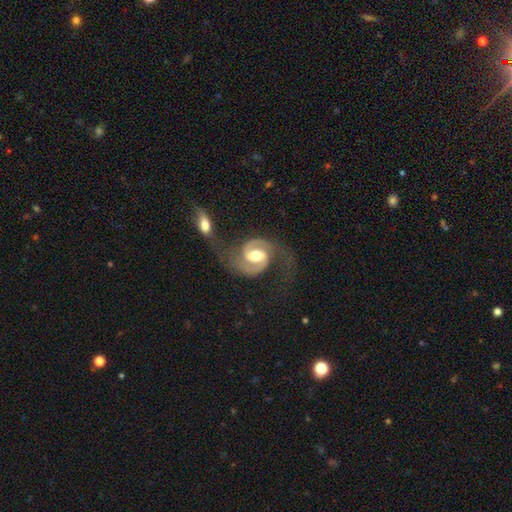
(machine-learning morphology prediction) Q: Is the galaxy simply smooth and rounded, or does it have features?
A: featured or disk — 92%.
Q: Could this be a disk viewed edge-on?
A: no — 98%.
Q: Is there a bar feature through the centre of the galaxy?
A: weak — 44%.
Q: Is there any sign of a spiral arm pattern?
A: yes — 98%.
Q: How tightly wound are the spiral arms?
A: medium — 58%.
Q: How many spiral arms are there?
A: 2 — 94%.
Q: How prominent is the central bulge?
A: moderate — 71%.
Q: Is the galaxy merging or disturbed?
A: none — 59%.